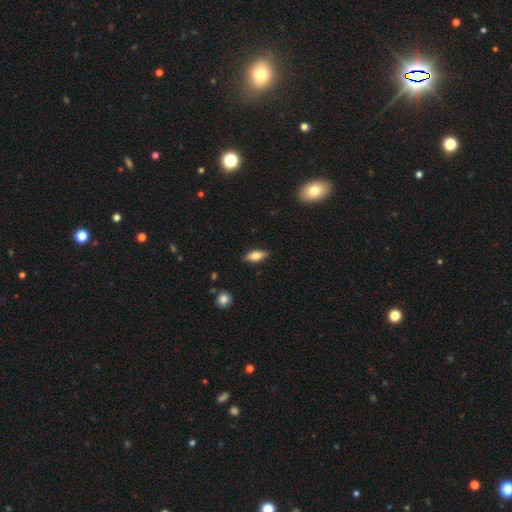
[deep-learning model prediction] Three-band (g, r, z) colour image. It shows a smooth galaxy with no disk features (67%) that is in between round and cigar-shaped (73%). Merging: none (87%).